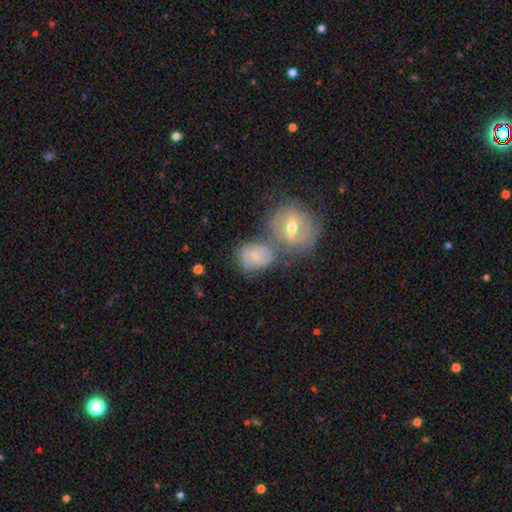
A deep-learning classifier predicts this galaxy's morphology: smooth 46%, featured or disk 45%, star or artifact 9%. Down the decision tree: merging — merger (38%, tied with none).